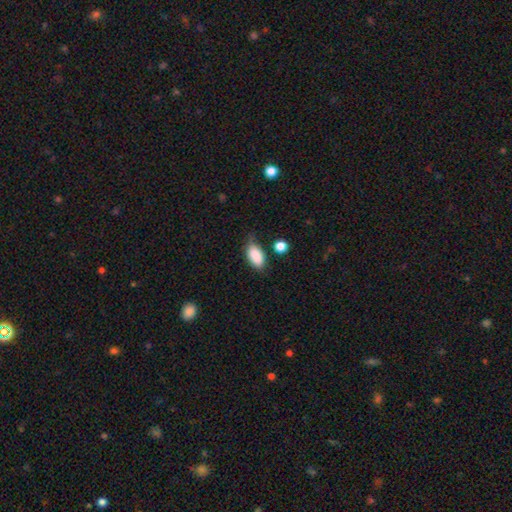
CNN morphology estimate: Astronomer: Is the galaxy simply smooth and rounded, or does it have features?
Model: smooth — 86%.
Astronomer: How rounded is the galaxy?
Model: in between — 91%.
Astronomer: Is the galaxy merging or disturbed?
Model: none — 53% (runner-up: minor disturbance, 32%).